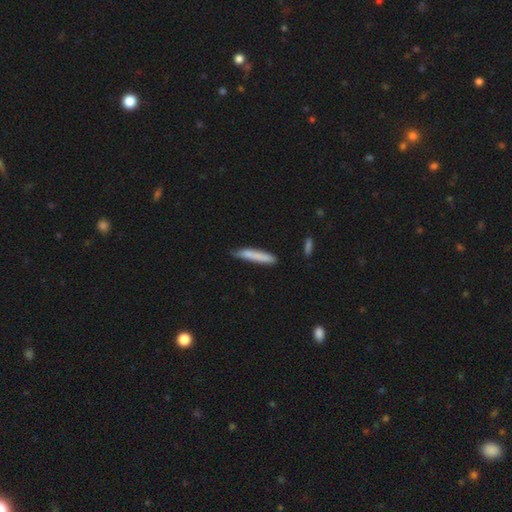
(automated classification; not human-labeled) The model was most divided on "merging": none: 75%, minor disturbance: 20%, major disturbance: 3%, merger: 2%. More confident: how rounded — cigar-shaped (93%); smooth or featured — smooth (78%).